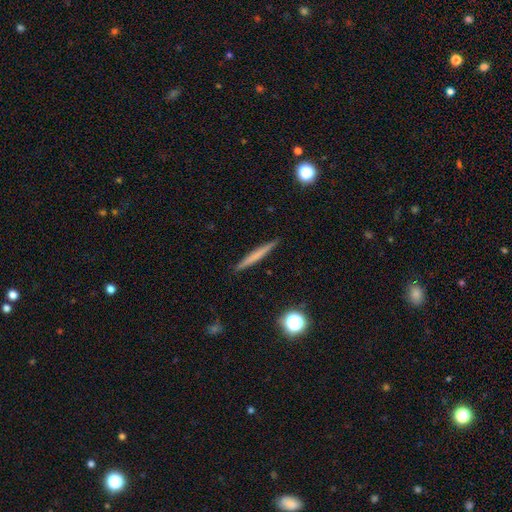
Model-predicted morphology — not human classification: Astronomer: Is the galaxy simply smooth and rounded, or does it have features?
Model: smooth — 57% (runner-up: featured or disk, 36%).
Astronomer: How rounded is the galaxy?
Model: cigar-shaped — 96%.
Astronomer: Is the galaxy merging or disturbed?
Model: none — 92%.